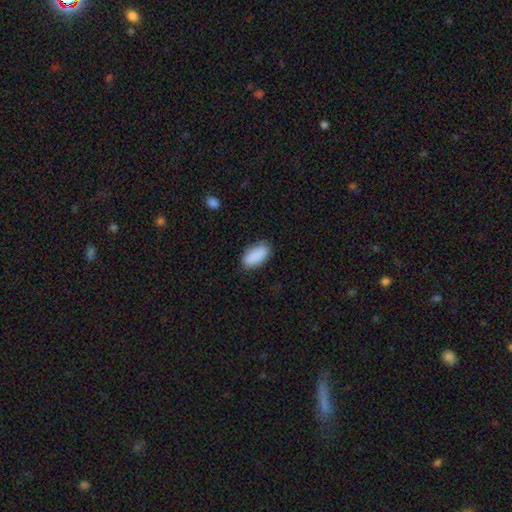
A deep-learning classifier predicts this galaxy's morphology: This is clearly a smooth galaxy (89%). How rounded: clearly in between (91%). Merging: clearly none (81%).